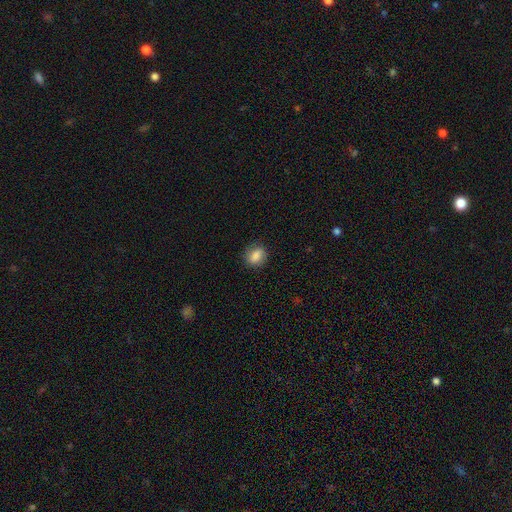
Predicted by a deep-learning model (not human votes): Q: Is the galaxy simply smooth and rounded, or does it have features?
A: smooth — 82%.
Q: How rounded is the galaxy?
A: in between — 50%.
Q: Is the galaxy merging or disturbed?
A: none — 81%.